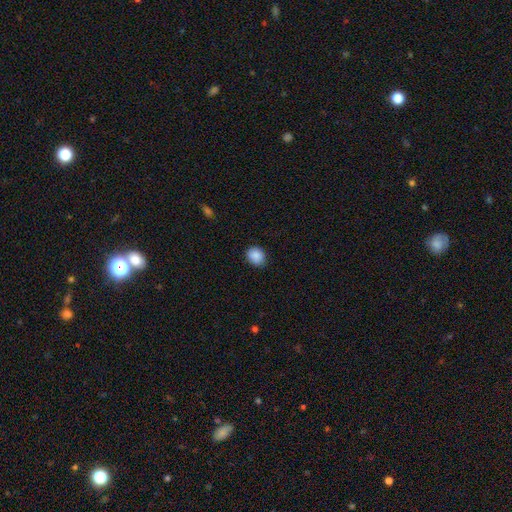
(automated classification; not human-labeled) Smooth or featured: smooth — 88% (star or artifact — 8%)
How rounded: round — 61% (in between — 38%)
Merging: none — 85% (minor disturbance — 12%)